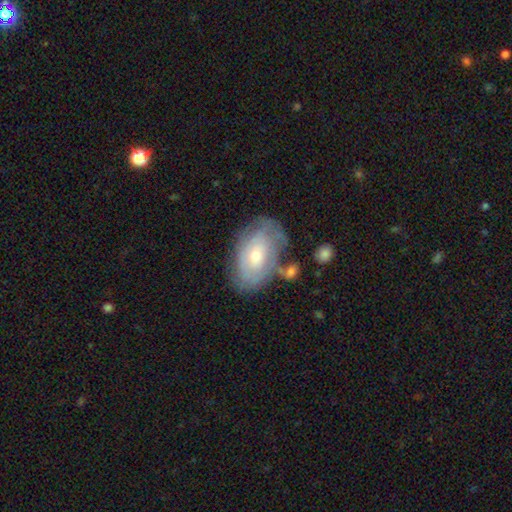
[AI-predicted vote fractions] smooth-or-featured: featured or disk: 53% | smooth: 41% | star or artifact: 7%
  disk-edge-on: no: 93% | yes: 7%
  merging: none: 59% | minor disturbance: 23% | major disturbance: 10% | merger: 8%